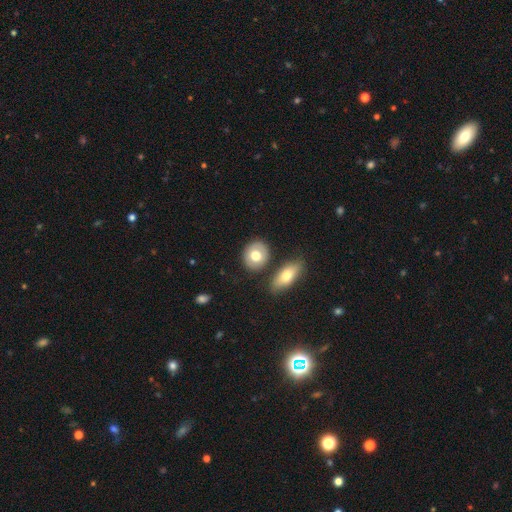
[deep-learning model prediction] smooth-or-featured: smooth: 69% | featured or disk: 25% | star or artifact: 6%
  how-rounded: round: 55% | in between: 43% | cigar-shaped: 2%
  merging: none: 77% | minor disturbance: 11% | merger: 9% | major disturbance: 3%